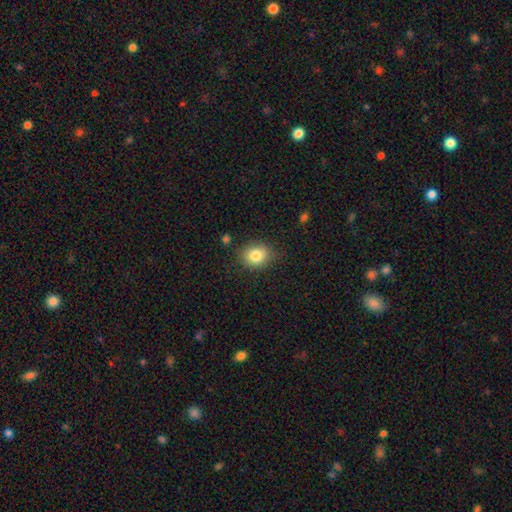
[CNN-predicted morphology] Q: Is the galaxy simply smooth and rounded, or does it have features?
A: smooth — 82%.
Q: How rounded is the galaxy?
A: round — 69%.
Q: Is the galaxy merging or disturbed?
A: none — 81%.